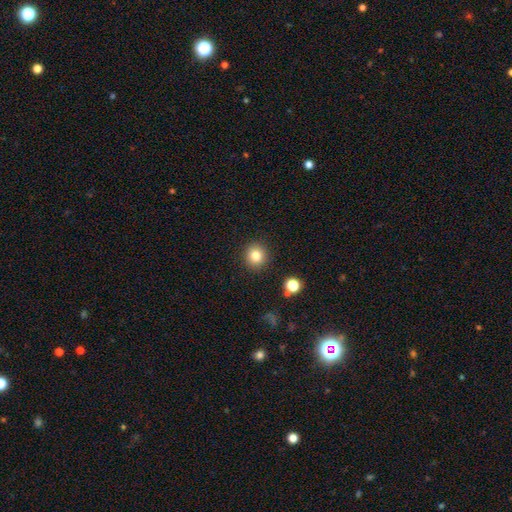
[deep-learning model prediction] Smooth or featured? smooth (82%)
How rounded? round (90%)
Merging? none (91%)